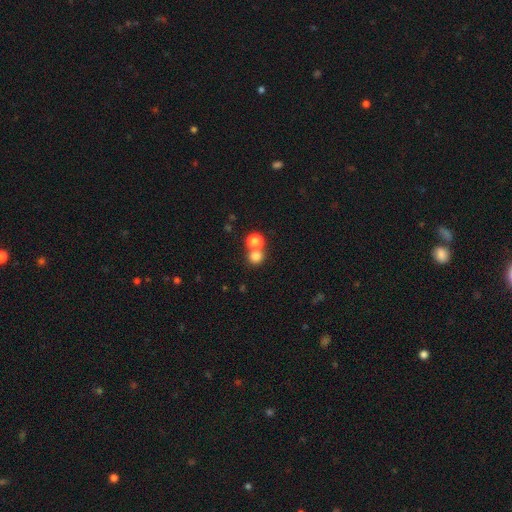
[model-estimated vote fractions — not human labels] Overall: smooth (78%). How rounded: round (86%). Merging: none (53%; merger 38%).